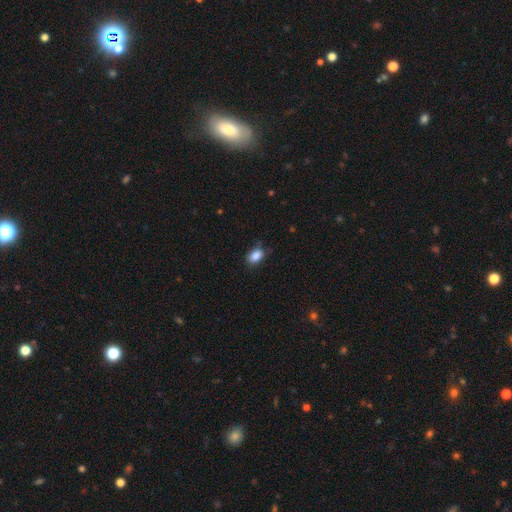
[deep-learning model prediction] The model was most divided on "merging": none: 74%, minor disturbance: 20%, major disturbance: 4%, merger: 1%. More confident: smooth or featured — smooth (87%); how rounded — in between (87%).